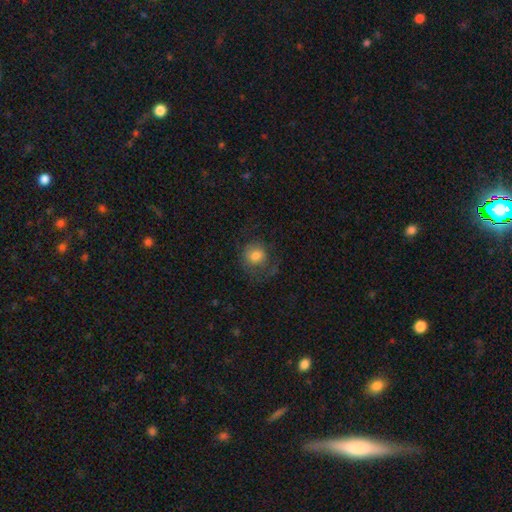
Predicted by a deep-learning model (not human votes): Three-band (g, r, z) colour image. It shows a smooth galaxy with no disk features (70%) that is round (80%). Merging: none (54%).